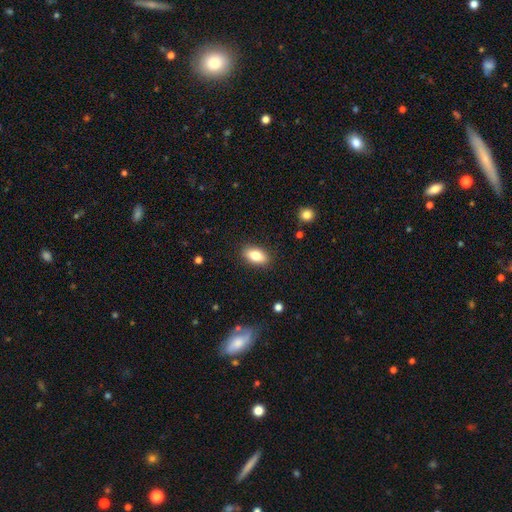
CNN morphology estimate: This is clearly a smooth galaxy (81%). How rounded: clearly in between (89%). Merging: clearly none (88%).